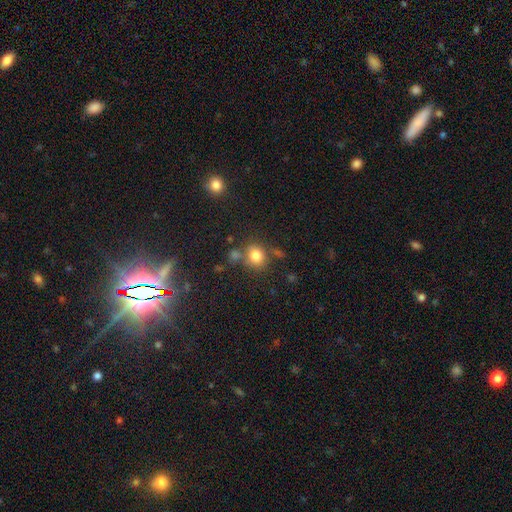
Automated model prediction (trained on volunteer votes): Morphology: type=smooth (80%); roundness=round (75%); merging=none (67%).